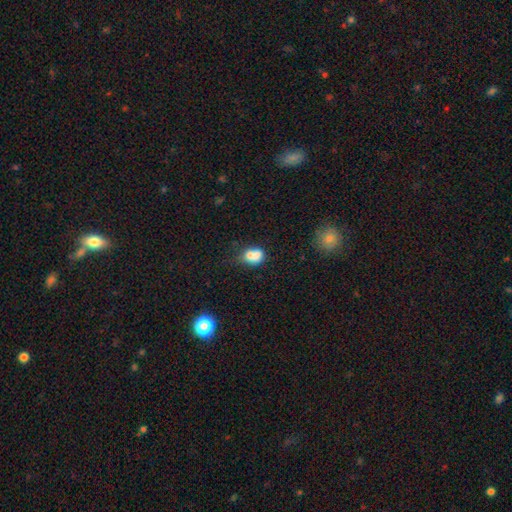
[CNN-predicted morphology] smooth-or-featured: smooth: 73% | featured or disk: 16% | star or artifact: 11%
  how-rounded: in between: 51% | round: 47% | cigar-shaped: 1%
  merging: merger: 46% | none: 30% | minor disturbance: 16% | major disturbance: 8%